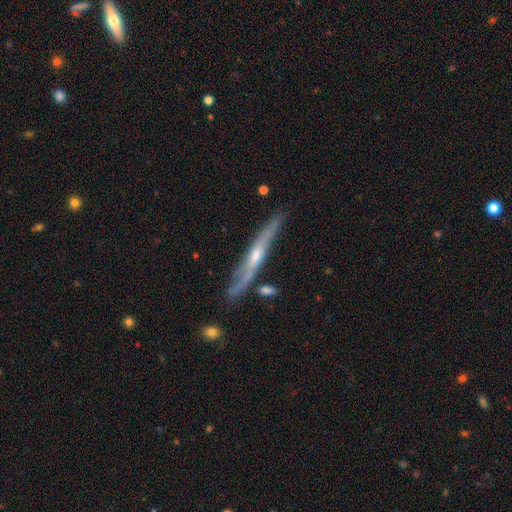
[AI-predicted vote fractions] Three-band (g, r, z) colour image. It shows a featured or disk galaxy (73%) viewed edge-on (90%) with a rounded central bulge (69%). Merging: none (74%).